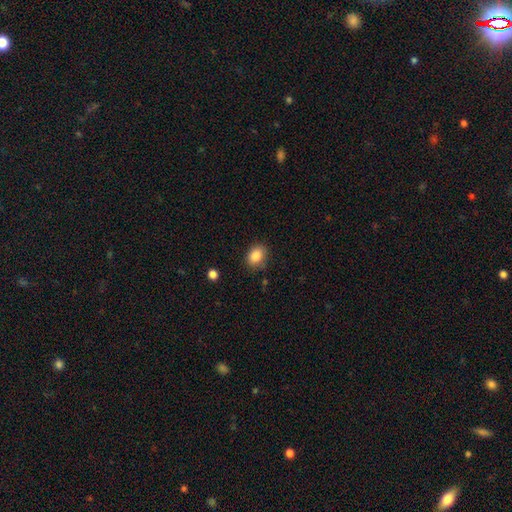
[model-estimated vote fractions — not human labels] The model was most divided on "how rounded": in between: 59%, round: 40%, cigar-shaped: 1%. More confident: smooth or featured — smooth (86%); merging — none (81%).